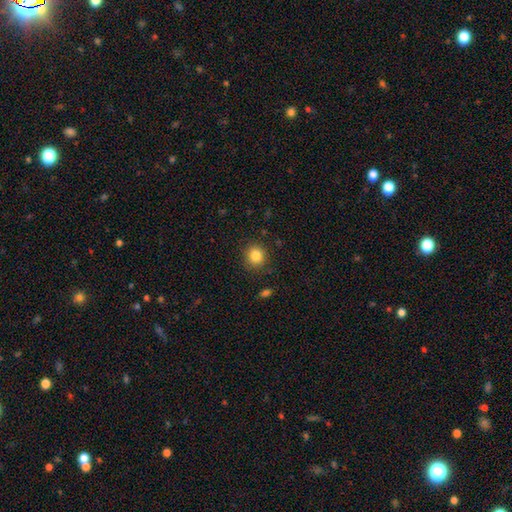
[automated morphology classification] Smooth or featured: smooth — 84% (star or artifact — 10%)
How rounded: round — 89% (in between — 11%)
Merging: none — 88% (minor disturbance — 8%)